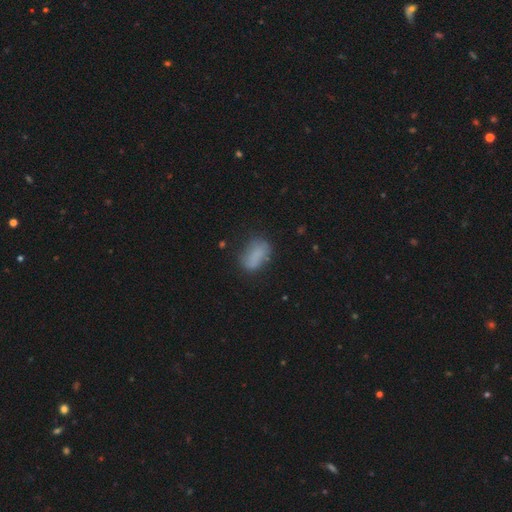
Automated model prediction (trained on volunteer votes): smooth_or_featured: smooth (p=0.76) [alt: featured or disk p=0.14]
how_rounded: in between (p=0.87) [alt: round p=0.08]
merging: none (p=0.60) [alt: minor disturbance p=0.26]